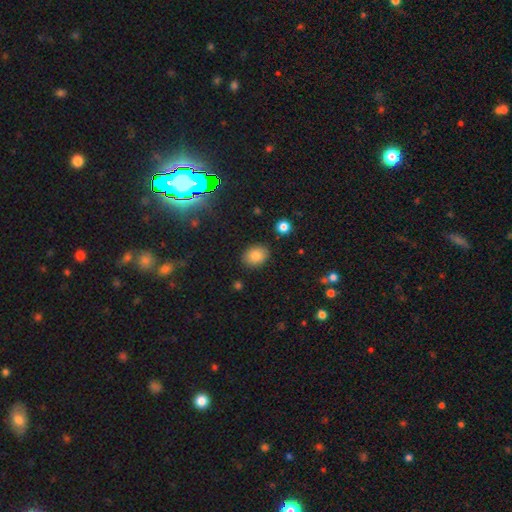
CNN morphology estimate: The model was most divided on "how rounded": in between: 58%, round: 41%, cigar-shaped: 1%. More confident: merging — none (86%); smooth or featured — smooth (82%).